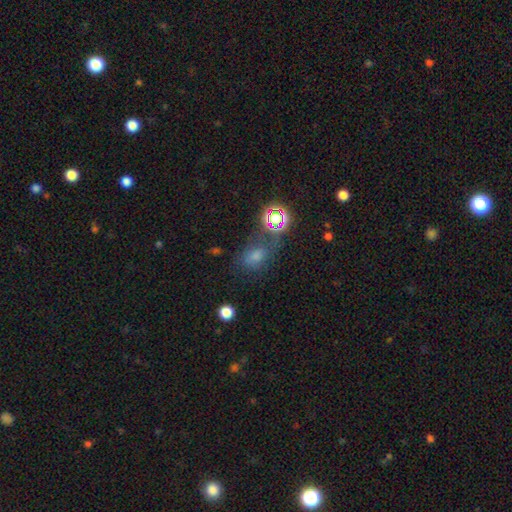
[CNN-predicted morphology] Smooth or featured?
  - smooth: 56% *
  - star or artifact: 32%
  - featured or disk: 12%
How rounded?
  - in between: 66% *
  - round: 32%
  - cigar-shaped: 2%
Merging?
  - none: 59% *
  - minor disturbance: 20%
  - major disturbance: 11%
  - merger: 10%